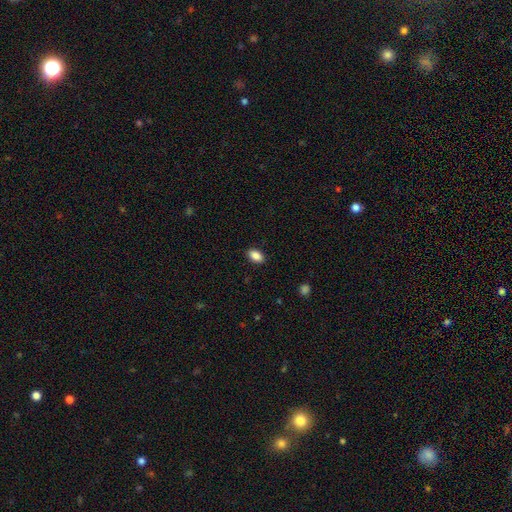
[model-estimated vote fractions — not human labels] Overall: smooth (89%). How rounded: in between (90%). Merging: none (89%).